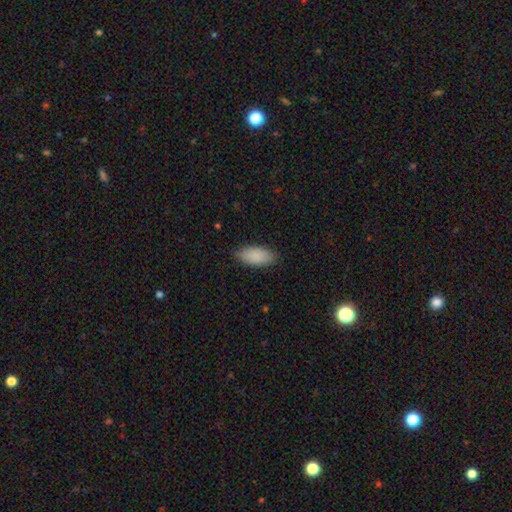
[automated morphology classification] smooth_or_featured: smooth (p=0.89) [alt: star or artifact p=0.06]
how_rounded: in between (p=0.90) [alt: cigar-shaped p=0.08]
merging: none (p=0.83) [alt: minor disturbance p=0.14]